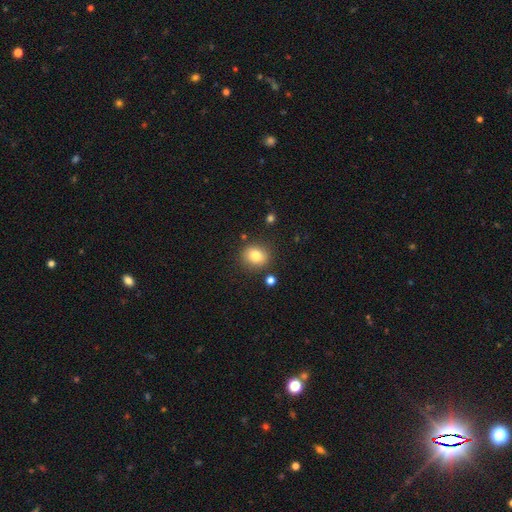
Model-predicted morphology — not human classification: Q: Smooth or featured?
A: smooth (80%); runner-up: star or artifact (11%)
Q: How rounded?
A: round (71%); runner-up: in between (28%)
Q: Merging?
A: none (85%); runner-up: minor disturbance (9%)